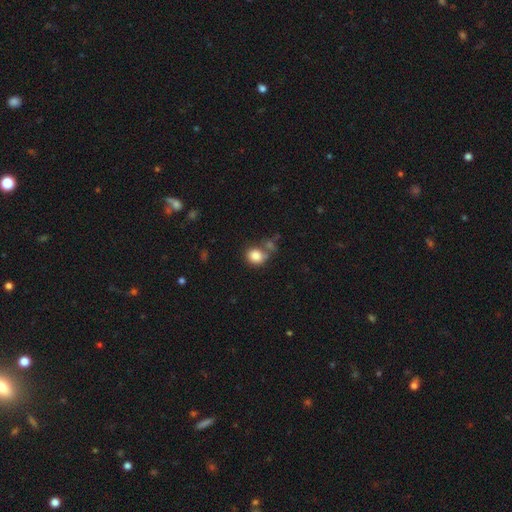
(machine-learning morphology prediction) The model was most divided on "how rounded": round: 66%, in between: 33%, cigar-shaped: 1%. More confident: smooth or featured — smooth (84%); merging — none (56%).